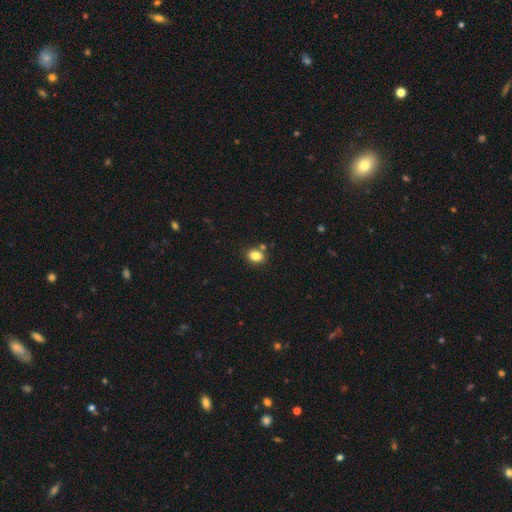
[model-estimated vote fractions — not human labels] The model was most divided on "how rounded": in between: 60%, round: 39%, cigar-shaped: 1%. More confident: smooth or featured — smooth (84%); merging — none (75%).